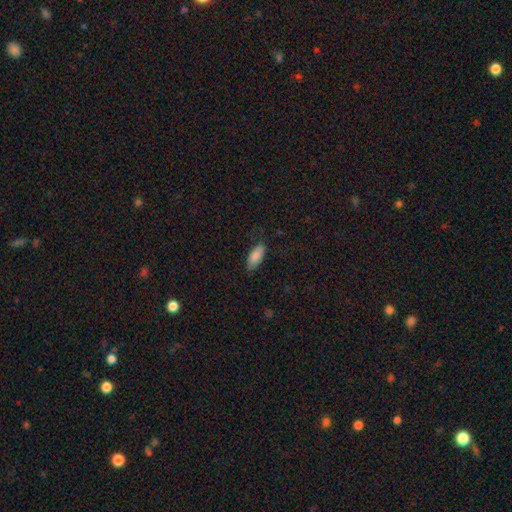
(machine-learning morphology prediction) A smooth galaxy with no disk features (84%) that is in between round and cigar-shaped (83%). Merging: none (75%).